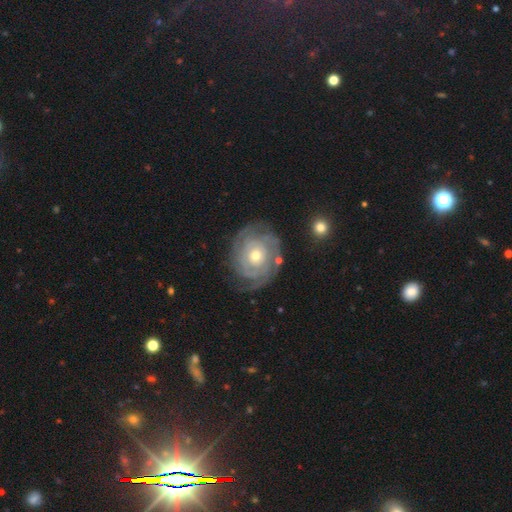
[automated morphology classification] smooth-or-featured: featured or disk: 85% | smooth: 9% | star or artifact: 6%
  disk-edge-on: no: 97% | yes: 3%
    bar: no: 82% | weak: 14% | strong: 4%
    has-spiral-arms: yes: 94% | no: 6%
      spiral-winding: tight: 82% | medium: 15% | loose: 4%
      spiral-arm-count: can't tell: 33% | 2: 25% | 3: 19% | 4: 10% | more than 4: 6% | 1: 6%
    bulge-size: moderate: 55% | small: 40% | large: 3% | none: 1% | dominant: 1%
  merging: none: 75% | minor disturbance: 16% | major disturbance: 7% | merger: 2%